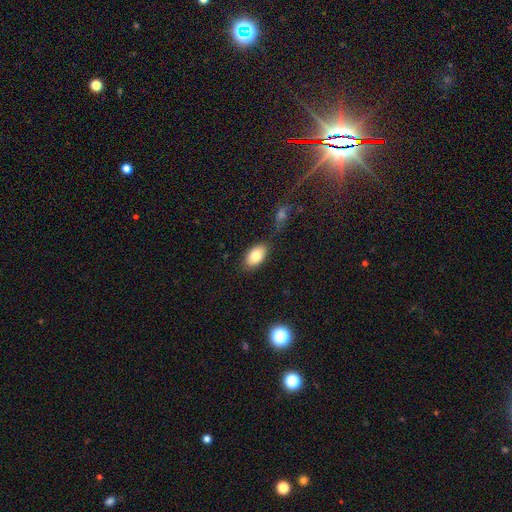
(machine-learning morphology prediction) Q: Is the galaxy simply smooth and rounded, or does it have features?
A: smooth — 82%.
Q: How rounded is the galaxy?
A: in between — 92%.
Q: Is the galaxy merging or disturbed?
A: none — 81%.